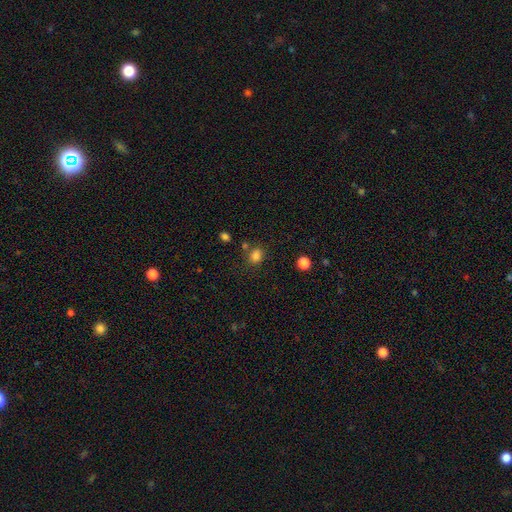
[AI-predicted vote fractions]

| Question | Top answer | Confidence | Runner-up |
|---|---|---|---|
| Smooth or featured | smooth | 81% | star or artifact (14%) |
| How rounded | in between | 53% | round (46%) |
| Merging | none | 68% | minor disturbance (14%) |